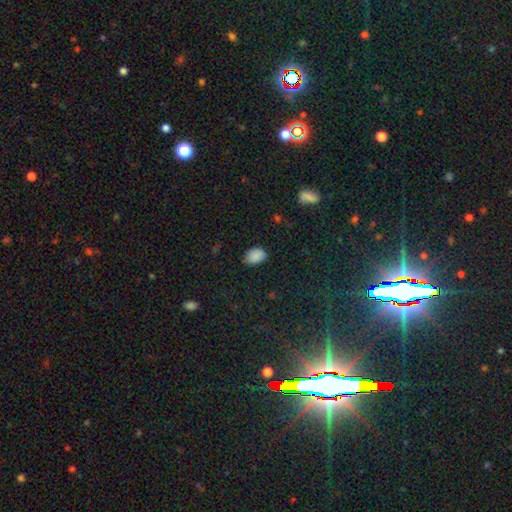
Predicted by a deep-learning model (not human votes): Q: Smooth or featured?
A: smooth (86%); runner-up: star or artifact (10%)
Q: How rounded?
A: in between (77%); runner-up: round (22%)
Q: Merging?
A: none (77%); runner-up: minor disturbance (18%)